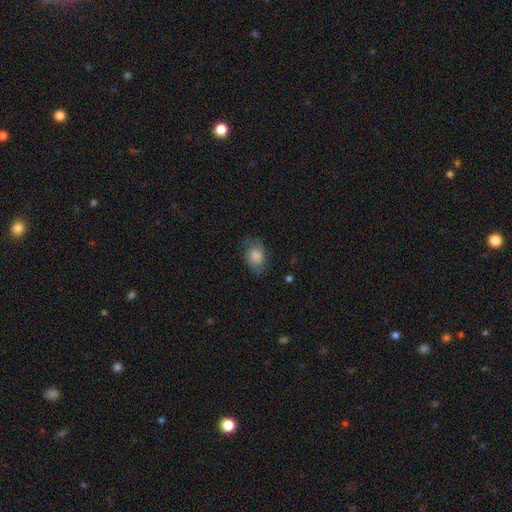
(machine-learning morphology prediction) Smooth or featured: smooth — 69% (featured or disk — 22%)
How rounded: in between — 73% (round — 26%)
Merging: none — 66% (minor disturbance — 24%)